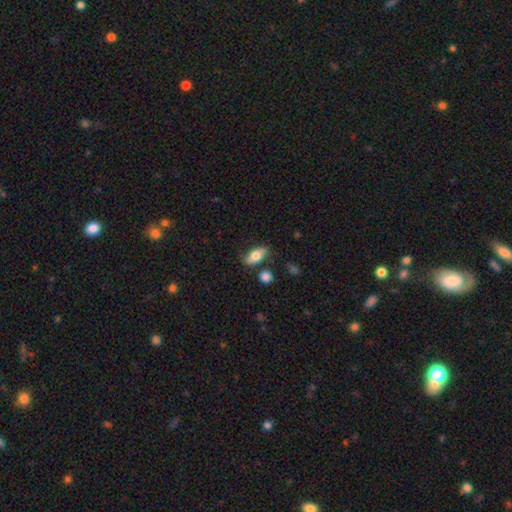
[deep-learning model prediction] This is likely a smooth galaxy (65%). How rounded: clearly in between (85%). Merging: likely none (68%).